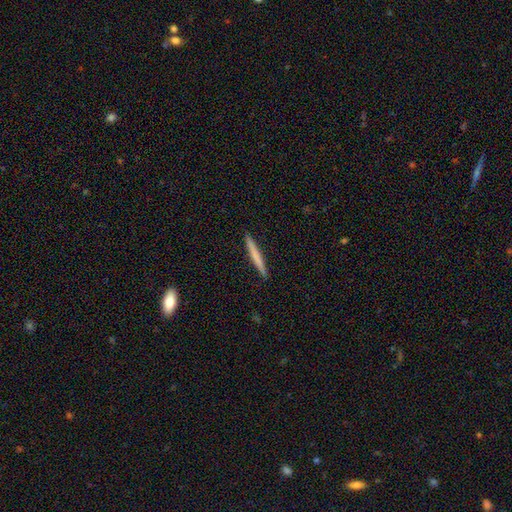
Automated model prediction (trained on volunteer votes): Smooth or featured?
  - smooth: 65% *
  - featured or disk: 30%
  - star or artifact: 5%
How rounded?
  - cigar-shaped: 97% *
  - in between: 2%
  - round: 1%
Merging?
  - none: 93% *
  - minor disturbance: 5%
  - major disturbance: 1%
  - merger: 1%